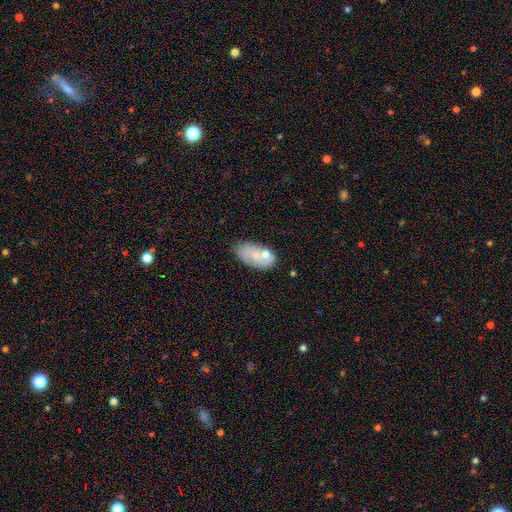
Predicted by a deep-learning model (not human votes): Smooth or featured? Predicted: smooth (p=0.61). How rounded? Predicted: in between (p=0.91). Merging? Predicted: none (p=0.47).